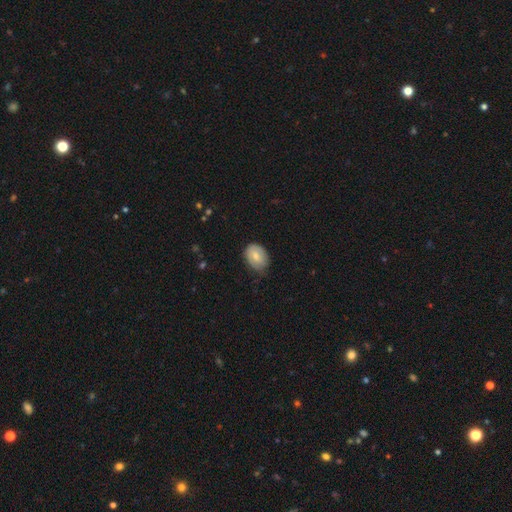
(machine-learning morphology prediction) smooth_or_featured: smooth (p=0.65) [alt: featured or disk p=0.28]
how_rounded: in between (p=0.74) [alt: round p=0.25]
merging: none (p=0.61) [alt: minor disturbance p=0.32]